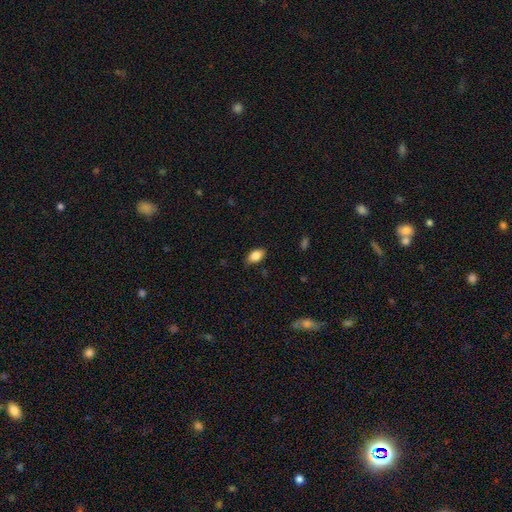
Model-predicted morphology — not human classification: The model was most divided on "merging": none: 80%, minor disturbance: 16%, major disturbance: 3%, merger: 1%. More confident: how rounded — in between (89%); smooth or featured — smooth (85%).